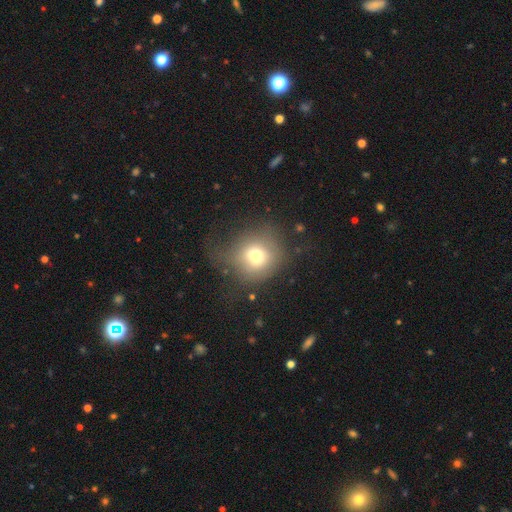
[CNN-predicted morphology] Overall: smooth (70%). How rounded: round (84%). Merging: none (52%; minor disturbance 24%).